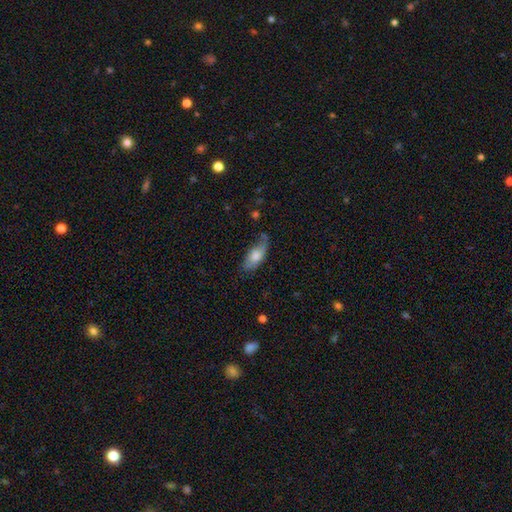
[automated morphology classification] smooth 67%, featured or disk 27%, star or artifact 7%. Down the decision tree: how rounded — in between (79%); merging — none (53%).